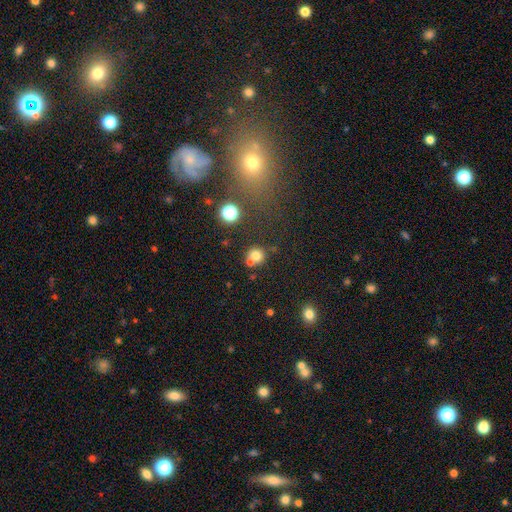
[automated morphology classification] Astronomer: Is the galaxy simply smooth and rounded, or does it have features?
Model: smooth — 75%.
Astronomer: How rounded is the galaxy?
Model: round — 86%.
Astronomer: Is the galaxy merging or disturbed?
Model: none — 57%.